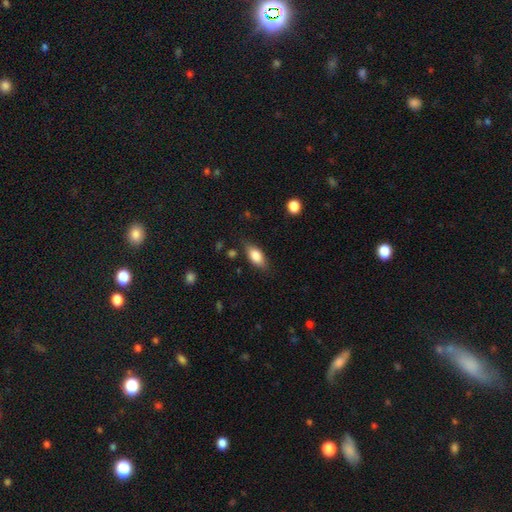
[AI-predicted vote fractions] Overall: smooth (78%). How rounded: in between (84%). Merging: none (78%).